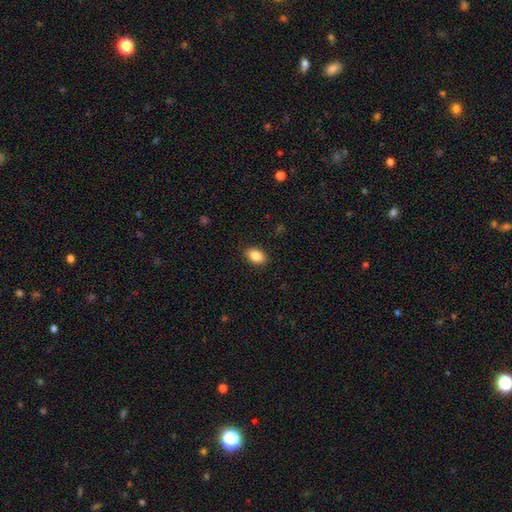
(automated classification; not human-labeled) This appears to be a smooth galaxy with no disk features (88%) that is in between round and cigar-shaped (88%). Merging: none (90%).